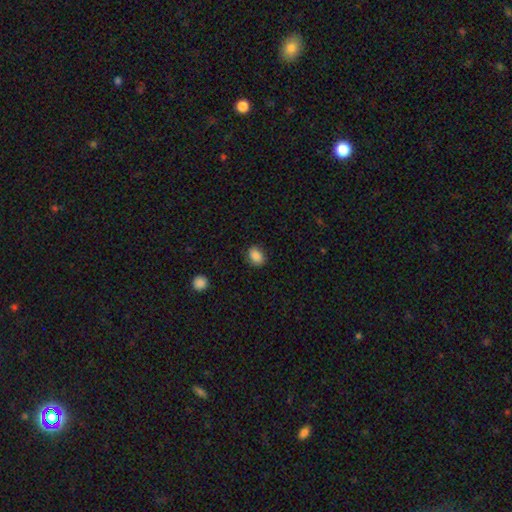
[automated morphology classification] A smooth galaxy with no disk features (86%) that is in between round and cigar-shaped (67%). Merging: none (85%).